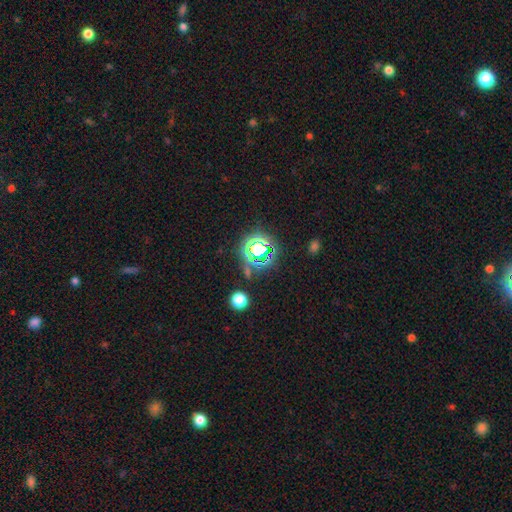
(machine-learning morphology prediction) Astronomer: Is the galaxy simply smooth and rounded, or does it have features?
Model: star or artifact — 75%.